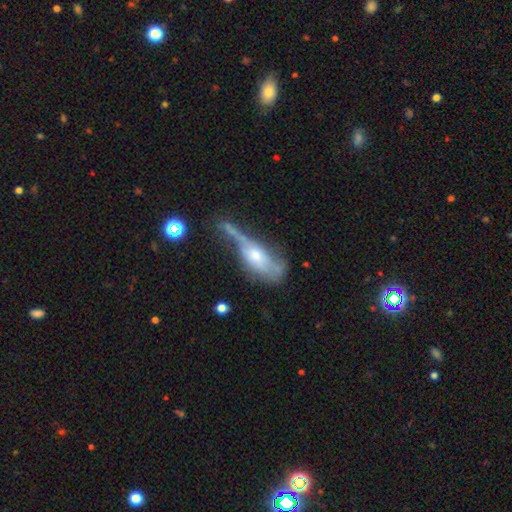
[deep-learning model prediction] Smooth or featured: featured or disk — 51% (smooth — 41%)
Edge-on disk: no — 62% (yes — 38%)
Merging: major disturbance — 37% (minor disturbance — 23%)